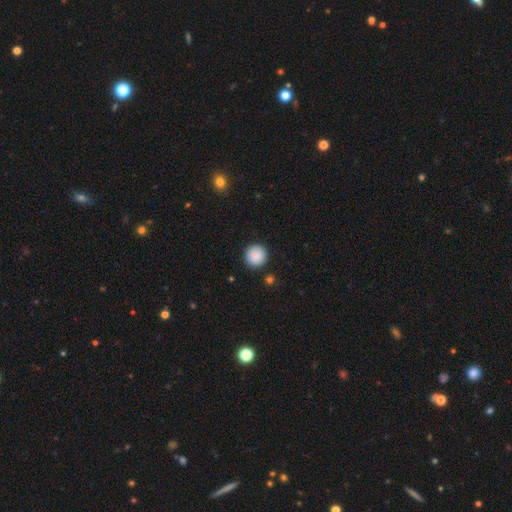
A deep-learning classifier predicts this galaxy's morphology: smooth-or-featured: smooth: 88% | star or artifact: 7% | featured or disk: 5%
  how-rounded: round: 95% | in between: 4% | cigar-shaped: 1%
  merging: none: 90% | minor disturbance: 7% | major disturbance: 2% | merger: 2%